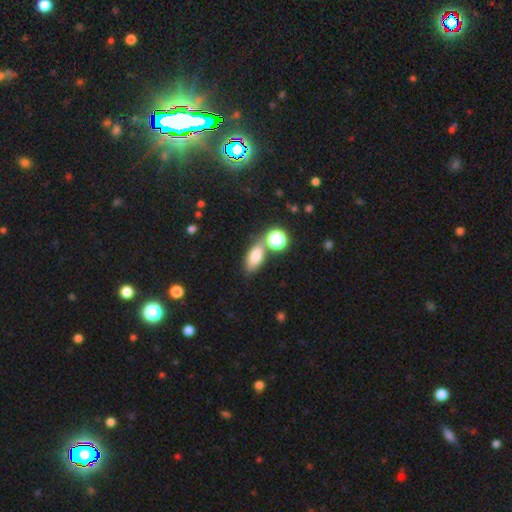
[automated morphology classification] Smooth or featured? Predicted: smooth (p=0.77). How rounded? Predicted: in between (p=0.80). Merging? Predicted: none (p=0.61).